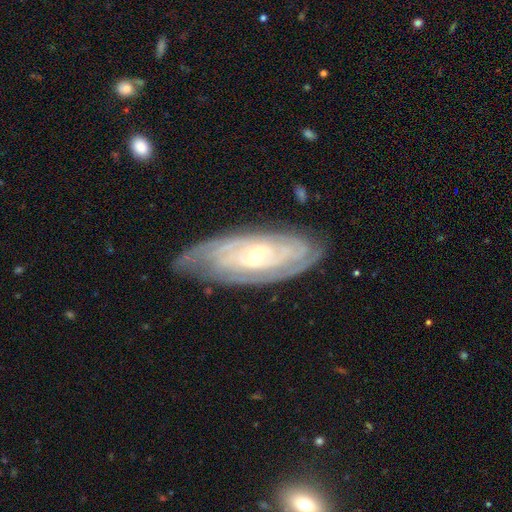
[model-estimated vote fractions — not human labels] The model was most divided on "bar": no: 56%, weak: 31%, strong: 13%. Remaining: spiral arms — yes (95%); edge-on disk — no (89%); smooth or featured — featured or disk (85%); spiral winding — tight (79%); merging — none (75%); bulge size — small (63%); spiral arm count — can't tell (44%).